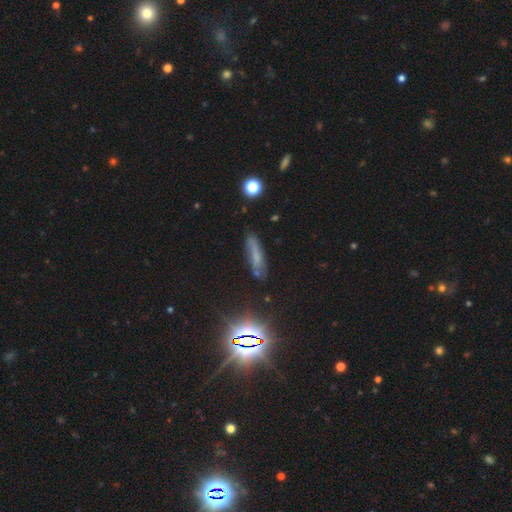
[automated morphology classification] Smooth or featured?
  - smooth: 52% *
  - star or artifact: 24%
  - featured or disk: 23%
How rounded?
  - cigar-shaped: 77% *
  - in between: 19%
  - round: 4%
Merging?
  - none: 68% *
  - minor disturbance: 21%
  - major disturbance: 7%
  - merger: 4%